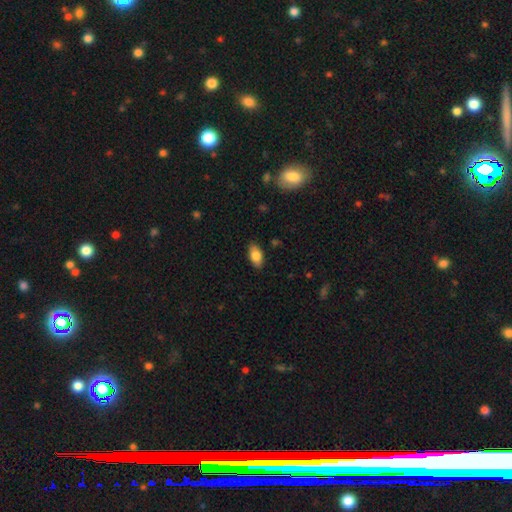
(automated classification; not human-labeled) The model was most divided on "smooth or featured": smooth: 81%, featured or disk: 12%, star or artifact: 7%. More confident: how rounded — in between (92%); merging — none (86%).